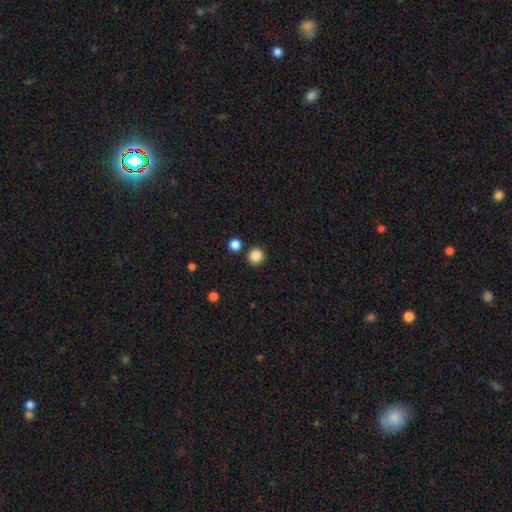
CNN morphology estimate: This appears to be a smooth galaxy with no disk features (86%) that is round (94%). Merging: none (87%).